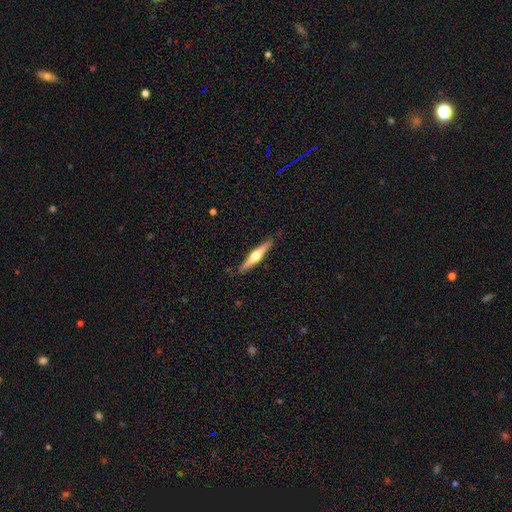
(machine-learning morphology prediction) This appears to be a featured or disk galaxy (67%) viewed edge-on (98%) with a rounded central bulge (93%). Merging: none (88%).